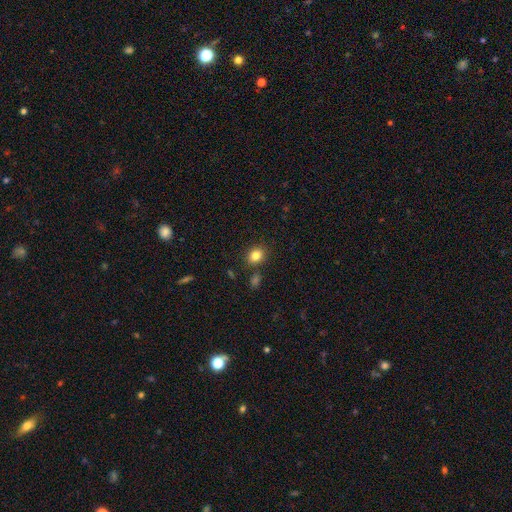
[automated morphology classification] smooth_or_featured: smooth (p=0.83) [alt: star or artifact p=0.11]
how_rounded: round (p=0.61) [alt: in between p=0.38]
merging: none (p=0.83) [alt: minor disturbance p=0.09]